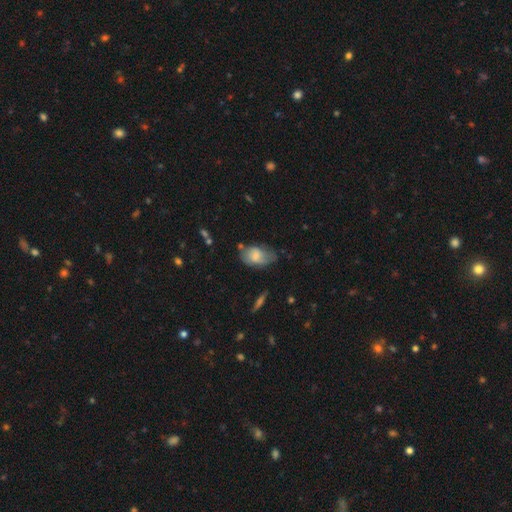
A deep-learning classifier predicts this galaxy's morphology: type=smooth (67%); roundness=in between (88%); merging=none (41%).